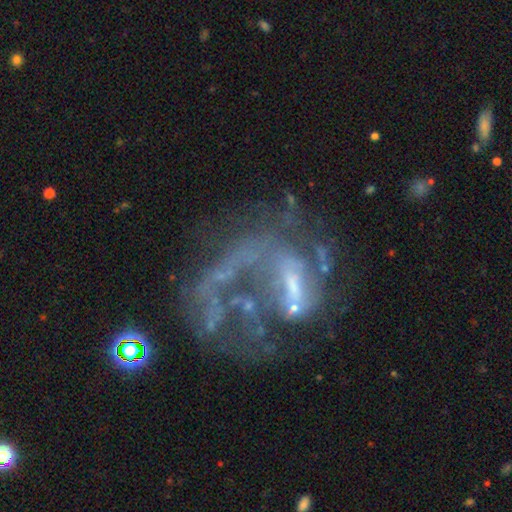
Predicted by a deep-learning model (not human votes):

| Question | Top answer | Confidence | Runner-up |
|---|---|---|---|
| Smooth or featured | featured or disk | 76% | star or artifact (14%) |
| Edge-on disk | no | 97% | yes (3%) |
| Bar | no | 45% | weak (36%) |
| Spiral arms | yes | 58% | no (42%) |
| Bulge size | none | 43% | small (34%) |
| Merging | major disturbance | 47% | none (29%) |